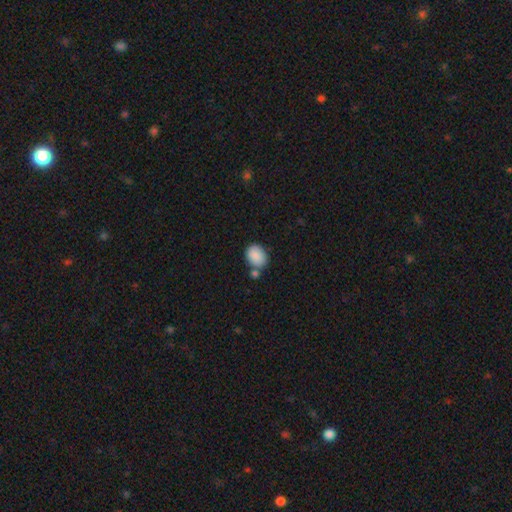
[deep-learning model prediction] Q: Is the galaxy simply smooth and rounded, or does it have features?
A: smooth — 88%.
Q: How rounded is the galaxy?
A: in between — 67%.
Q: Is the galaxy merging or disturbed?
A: none — 62%.